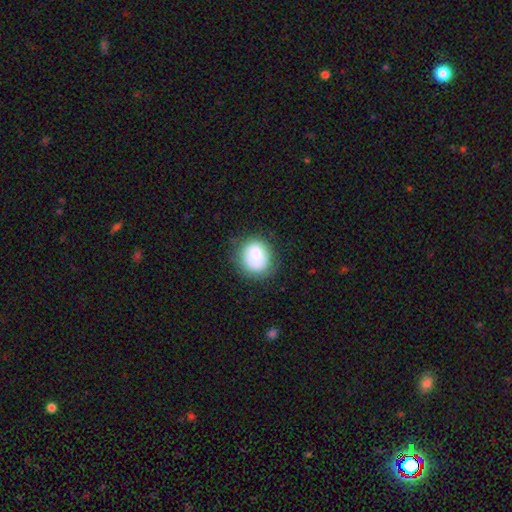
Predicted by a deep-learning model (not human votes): Smooth or featured? Predicted: smooth (p=0.77). How rounded? Predicted: round (p=0.72). Merging? Predicted: none (p=0.68).